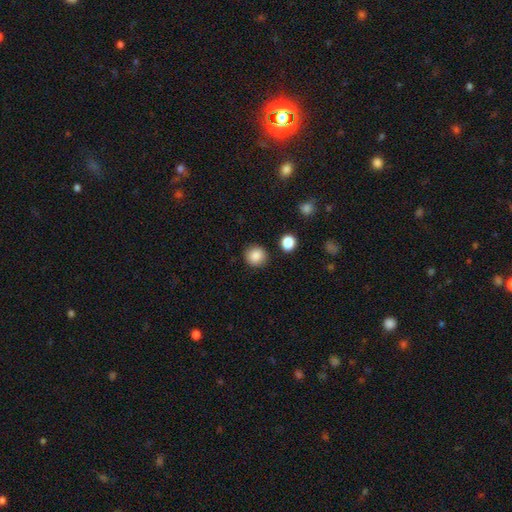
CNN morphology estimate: Smooth or featured? smooth (87%)
How rounded? round (92%)
Merging? none (90%)